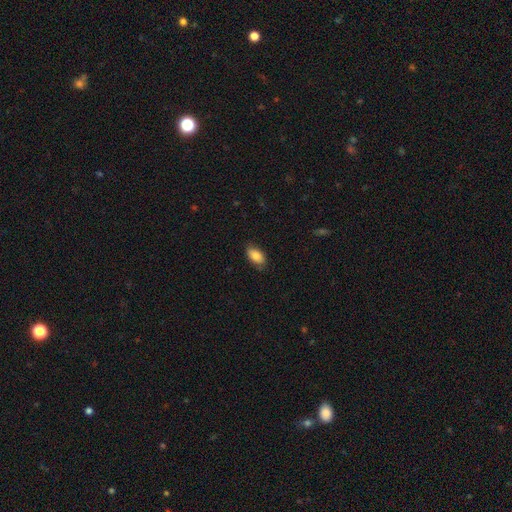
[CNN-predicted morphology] The model was most divided on "merging": none: 81%, minor disturbance: 15%, major disturbance: 3%, merger: 1%. More confident: how rounded — in between (93%); smooth or featured — smooth (85%).